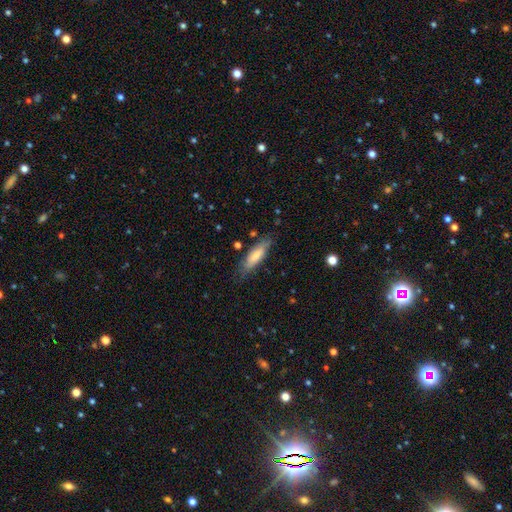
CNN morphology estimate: Smooth or featured? Predicted: smooth (p=0.69). How rounded? Predicted: cigar-shaped (p=0.57). Merging? Predicted: none (p=0.76).